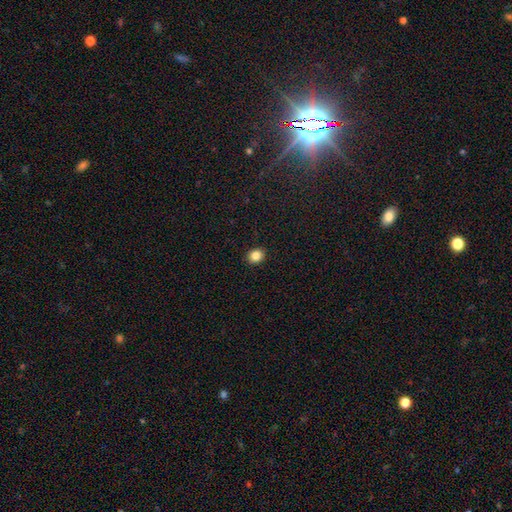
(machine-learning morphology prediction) Overall: smooth (84%). How rounded: round (67%; in between 32%). Merging: none (92%).